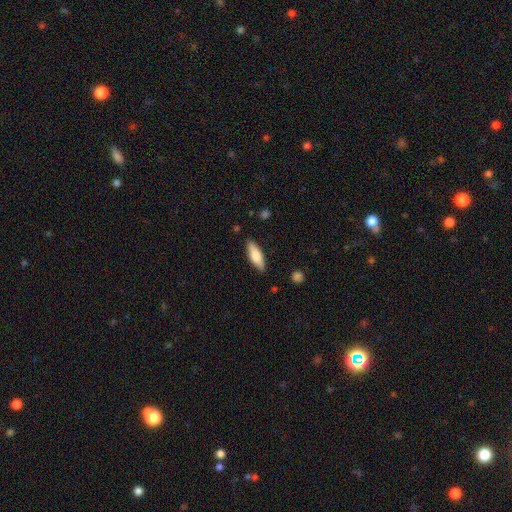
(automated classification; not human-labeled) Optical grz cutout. It shows a smooth galaxy with no disk features (68%) that is in between round and cigar-shaped (56%). Merging: none (87%).